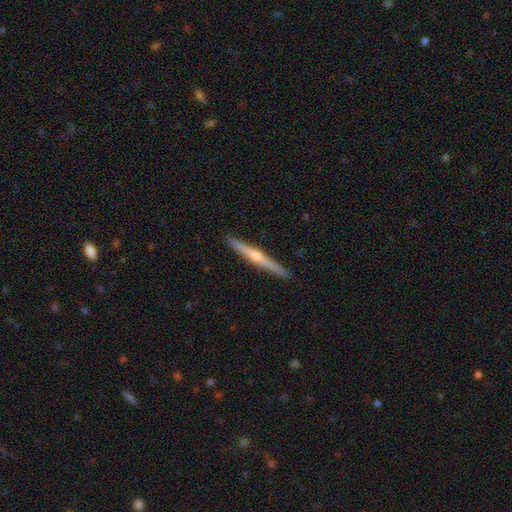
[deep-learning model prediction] smooth-or-featured: featured or disk: 71% | smooth: 24% | star or artifact: 5%
  disk-edge-on: yes: 98% | no: 2%
    edge-on-bulge: rounded: 79% | none: 16% | boxy: 5%
  merging: none: 92% | minor disturbance: 5% | major disturbance: 1% | merger: 1%